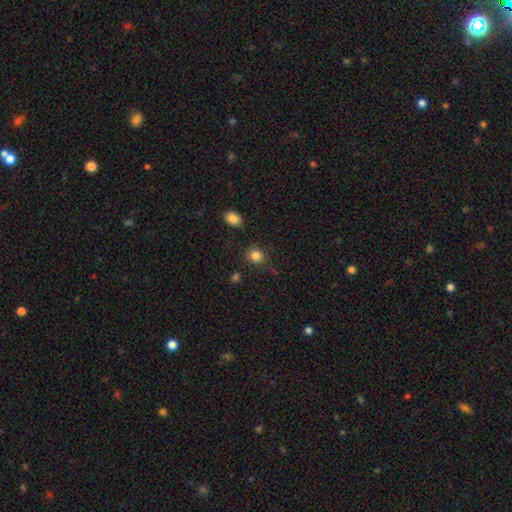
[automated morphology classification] Smooth or featured: smooth — 83% (star or artifact — 12%)
How rounded: round — 79% (in between — 20%)
Merging: none — 80% (minor disturbance — 13%)